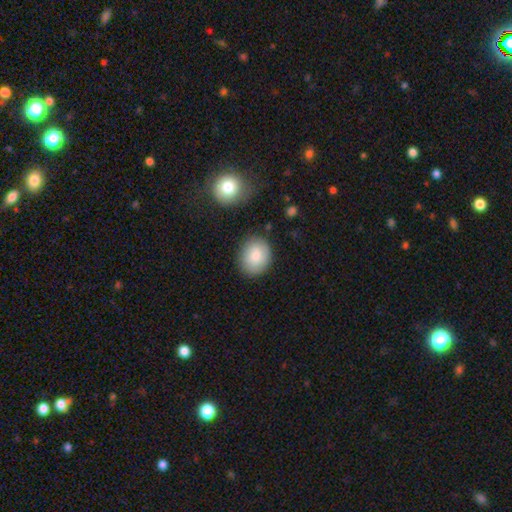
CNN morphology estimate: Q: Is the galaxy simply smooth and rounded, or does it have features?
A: smooth — 84%.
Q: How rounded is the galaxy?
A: round — 58%.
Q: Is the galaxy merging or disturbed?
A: none — 82%.